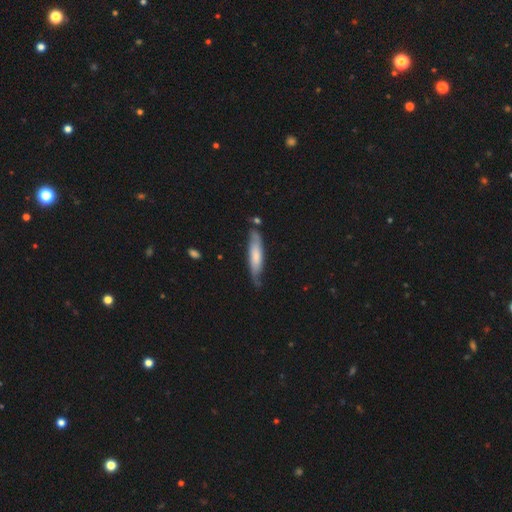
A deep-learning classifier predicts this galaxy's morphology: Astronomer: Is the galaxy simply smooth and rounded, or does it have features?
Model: smooth — 58% (runner-up: featured or disk, 37%).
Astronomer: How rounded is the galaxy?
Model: cigar-shaped — 78%.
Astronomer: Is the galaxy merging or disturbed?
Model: none — 67%.